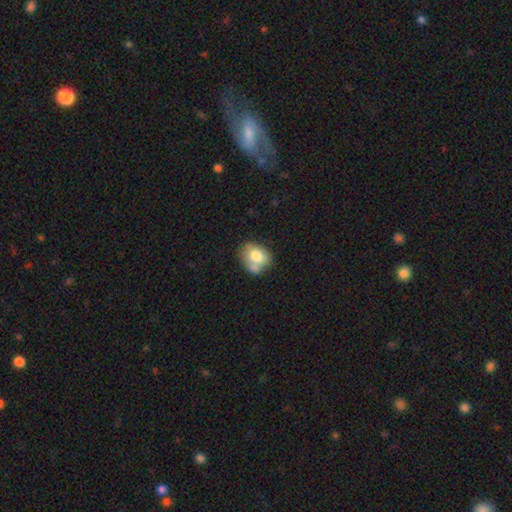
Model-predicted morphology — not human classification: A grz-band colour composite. It shows a smooth galaxy with no disk features (71%) that is in between round and cigar-shaped (55%). Merging: none (42%).